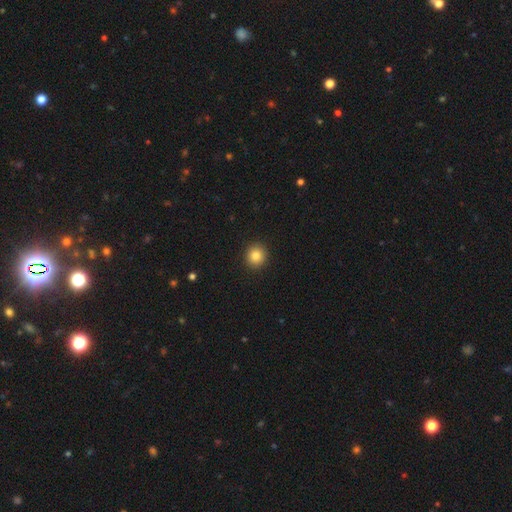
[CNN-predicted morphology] Q: Smooth or featured?
A: smooth (84%); runner-up: star or artifact (10%)
Q: How rounded?
A: round (92%); runner-up: in between (8%)
Q: Merging?
A: none (93%); runner-up: minor disturbance (5%)